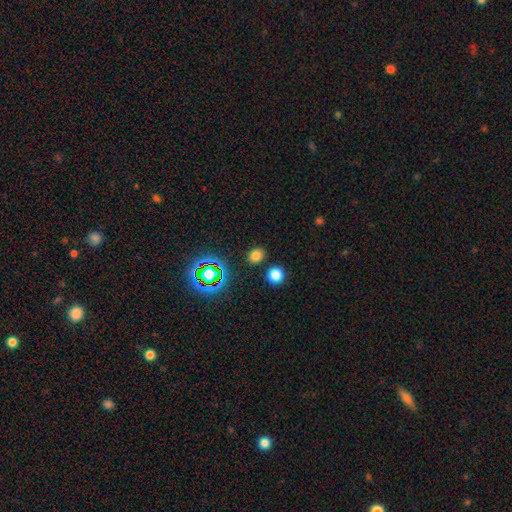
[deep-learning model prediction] This is likely a smooth galaxy (73%). How rounded: likely round (60%). Merging: clearly none (85%).